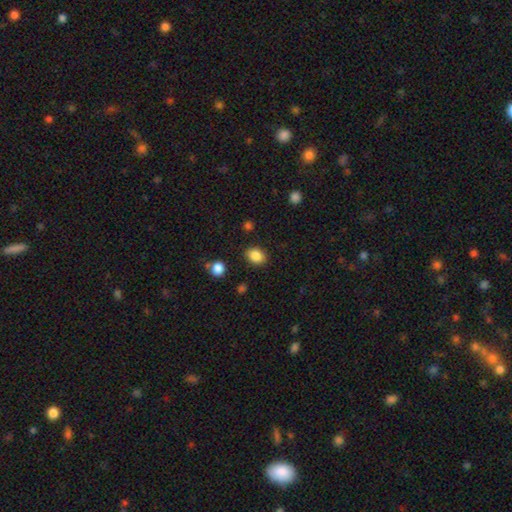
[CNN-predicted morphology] smooth_or_featured: smooth (p=0.86) [alt: star or artifact p=0.10]
how_rounded: in between (p=0.64) [alt: round p=0.35]
merging: none (p=0.86) [alt: minor disturbance p=0.09]